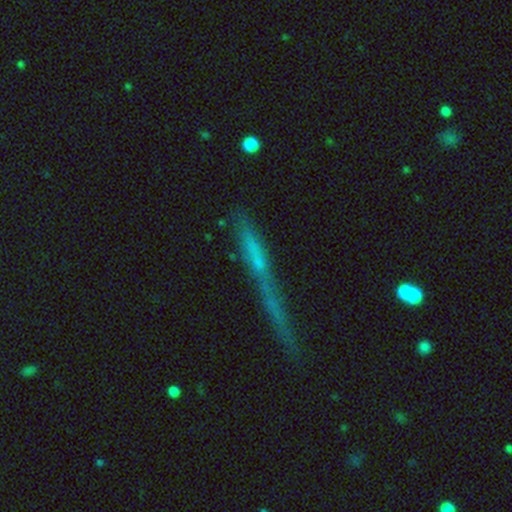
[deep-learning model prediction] Smooth or featured: featured or disk — 41% (smooth — 38%)
Merging: none — 69% (minor disturbance — 17%)